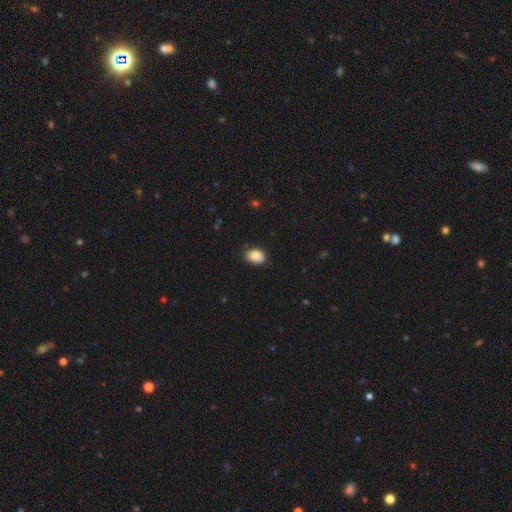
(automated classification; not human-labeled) This is clearly a smooth galaxy (85%). How rounded: likely in between (75%). Merging: clearly none (82%).